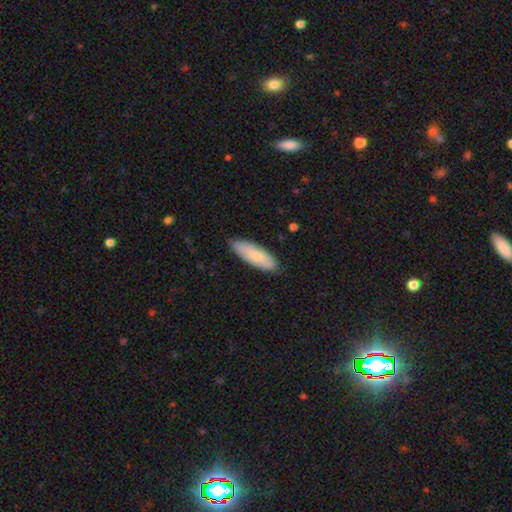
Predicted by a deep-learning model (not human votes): A smooth galaxy with no disk features (79%) that is in between round and cigar-shaped (64%). Merging: none (80%).